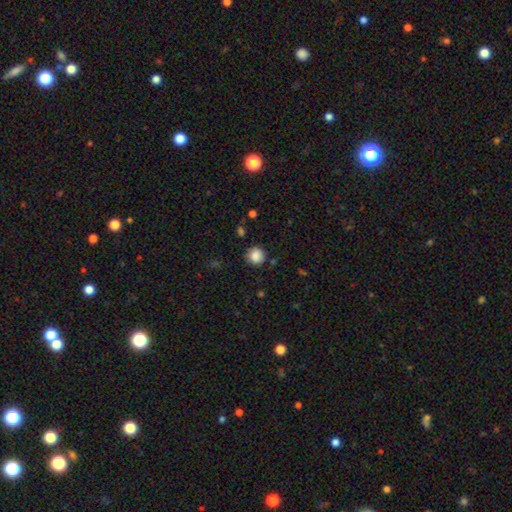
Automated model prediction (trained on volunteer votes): smooth 86%, star or artifact 10%, featured or disk 4%. Down the decision tree: how rounded — round (92%); merging — none (84%).